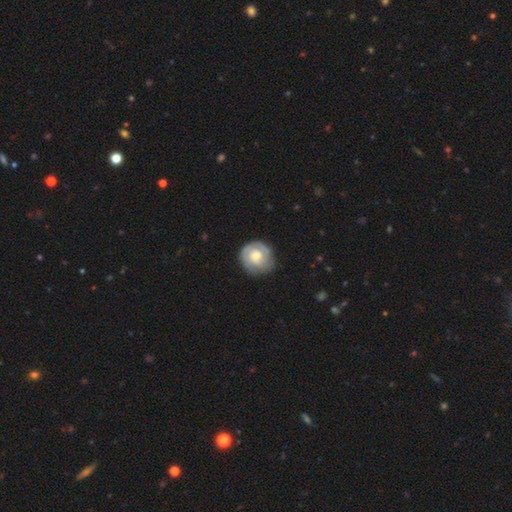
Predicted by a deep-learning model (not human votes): Q: Smooth or featured?
A: featured or disk (59%); runner-up: smooth (35%)
Q: Edge-on disk?
A: no (97%); runner-up: yes (3%)
Q: Bar?
A: no (78%); runner-up: weak (19%)
Q: Spiral arms?
A: yes (82%); runner-up: no (18%)
Q: Bulge size?
A: moderate (64%); runner-up: small (26%)
Q: Merging?
A: none (75%); runner-up: minor disturbance (18%)